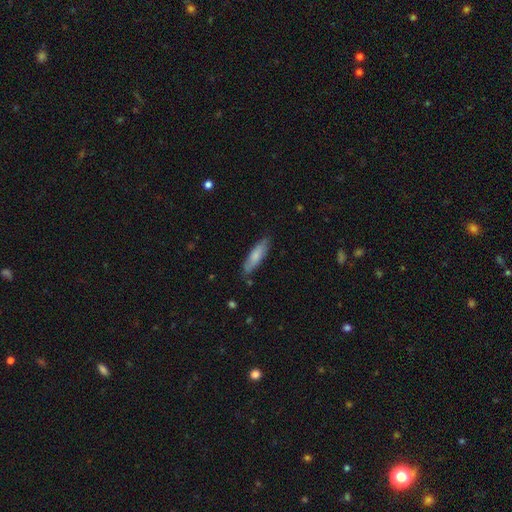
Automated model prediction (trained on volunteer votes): Q: Smooth or featured?
A: smooth (73%); runner-up: featured or disk (21%)
Q: How rounded?
A: cigar-shaped (62%); runner-up: in between (37%)
Q: Merging?
A: none (80%); runner-up: minor disturbance (15%)